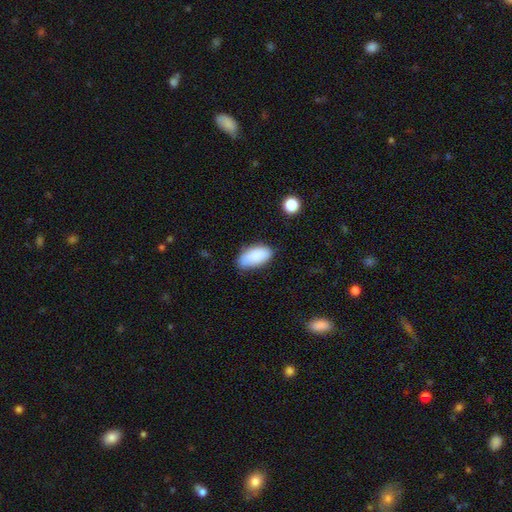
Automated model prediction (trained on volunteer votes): A smooth galaxy with no disk features (88%) that is in between round and cigar-shaped (93%). Merging: none (74%).